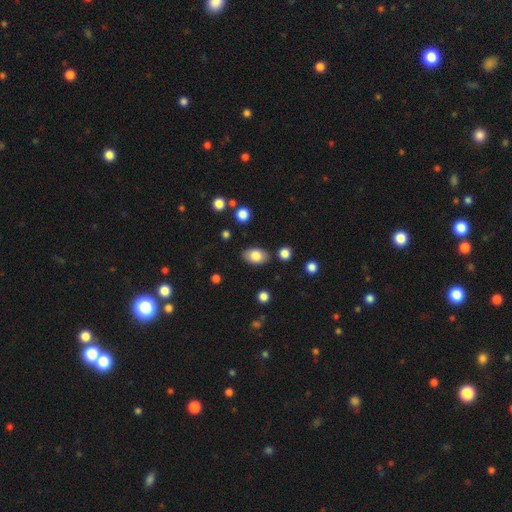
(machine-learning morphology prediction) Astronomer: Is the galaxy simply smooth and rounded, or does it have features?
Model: smooth — 82%.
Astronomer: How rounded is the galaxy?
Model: in between — 87%.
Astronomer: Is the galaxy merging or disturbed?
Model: none — 84%.